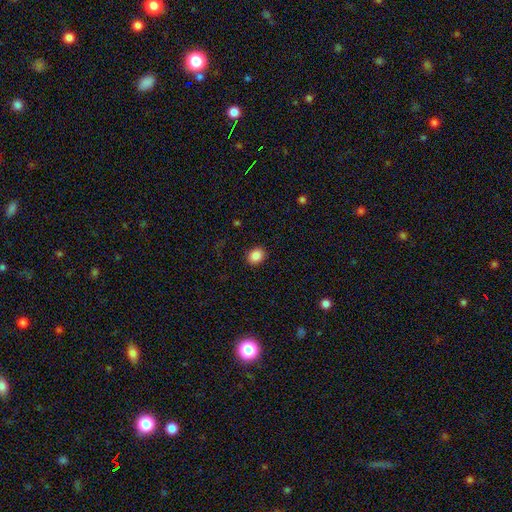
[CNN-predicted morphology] Q: Smooth or featured?
A: smooth (88%); runner-up: star or artifact (9%)
Q: How rounded?
A: round (52%); runner-up: in between (47%)
Q: Merging?
A: none (89%); runner-up: minor disturbance (8%)